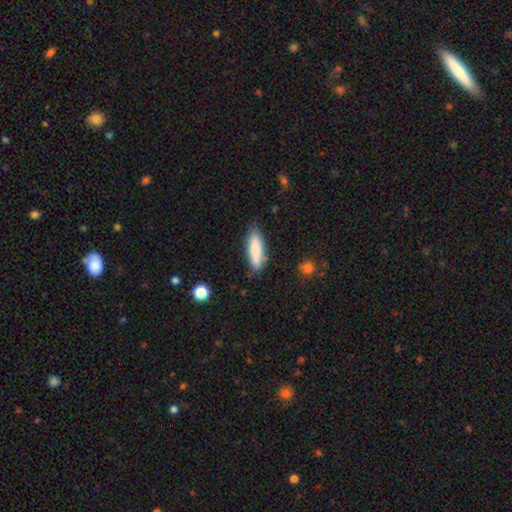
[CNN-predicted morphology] Smooth or featured?
  - smooth: 82% *
  - featured or disk: 12%
  - star or artifact: 6%
How rounded?
  - cigar-shaped: 49% * (tied)
  - in between: 49% * (tied)
  - round: 2%
Merging?
  - none: 75% *
  - minor disturbance: 17%
  - merger: 4%
  - major disturbance: 4%